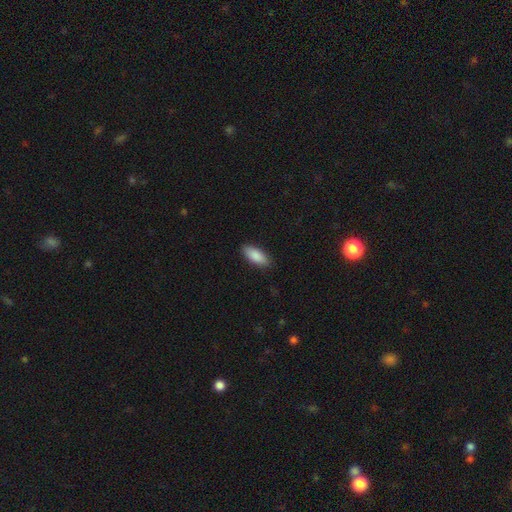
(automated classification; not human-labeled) Q: Smooth or featured?
A: smooth (88%); runner-up: featured or disk (6%)
Q: How rounded?
A: in between (78%); runner-up: cigar-shaped (20%)
Q: Merging?
A: none (88%); runner-up: minor disturbance (9%)